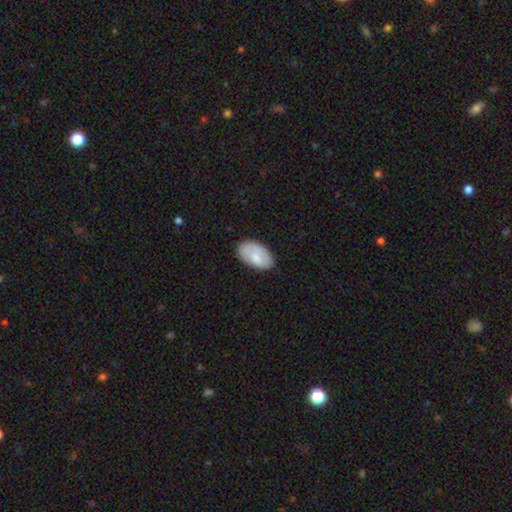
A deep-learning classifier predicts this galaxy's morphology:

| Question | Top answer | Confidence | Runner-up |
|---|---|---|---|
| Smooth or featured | smooth | 73% | featured or disk (21%) |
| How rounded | in between | 94% | round (4%) |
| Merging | none | 76% | minor disturbance (19%) |